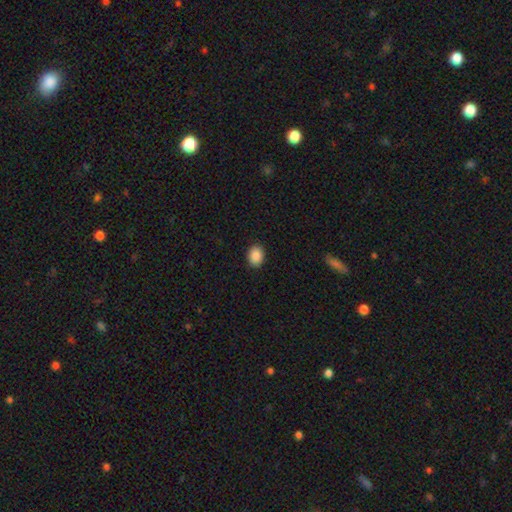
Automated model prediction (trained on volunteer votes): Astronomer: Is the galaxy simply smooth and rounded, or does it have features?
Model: smooth — 89%.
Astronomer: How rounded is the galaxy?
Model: in between — 57% (runner-up: round, 42%).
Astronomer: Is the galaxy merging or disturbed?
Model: none — 90%.